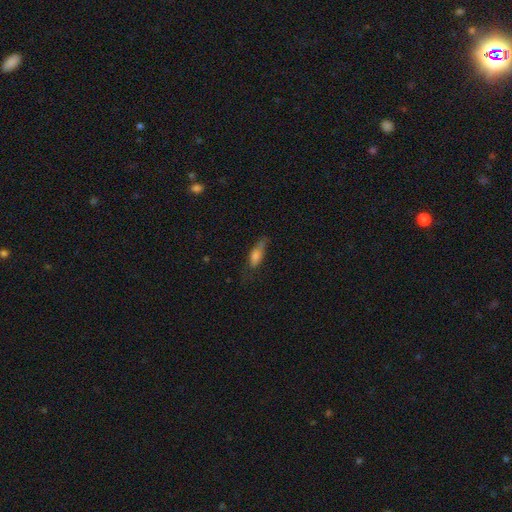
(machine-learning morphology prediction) smooth 68%, featured or disk 22%, star or artifact 10%. Down the decision tree: how rounded — in between (60%); merging — none (51%).